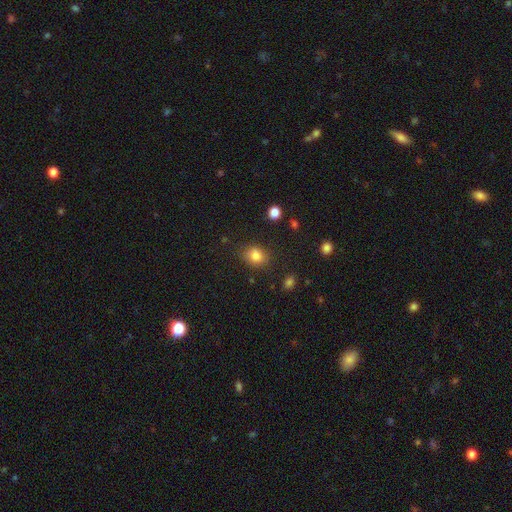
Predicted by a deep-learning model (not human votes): The model was most divided on "how rounded": round: 50%, in between: 49%, cigar-shaped: 1%. More confident: smooth or featured — smooth (80%); merging — none (78%).